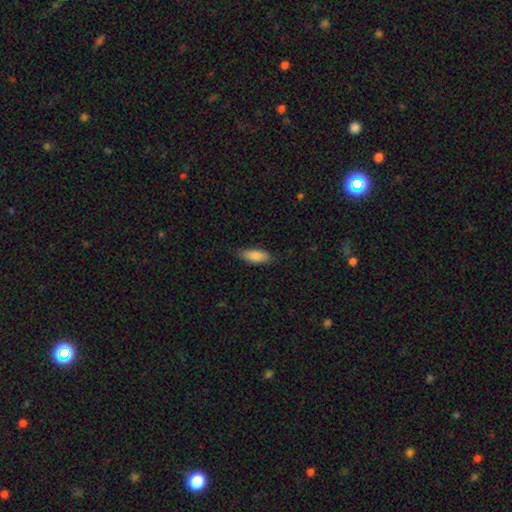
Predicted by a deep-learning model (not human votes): Smooth or featured?
  - smooth: 87% *
  - featured or disk: 7%
  - star or artifact: 6%
How rounded?
  - in between: 78% *
  - cigar-shaped: 20%
  - round: 2%
Merging?
  - none: 77% *
  - minor disturbance: 19%
  - major disturbance: 3%
  - merger: 1%